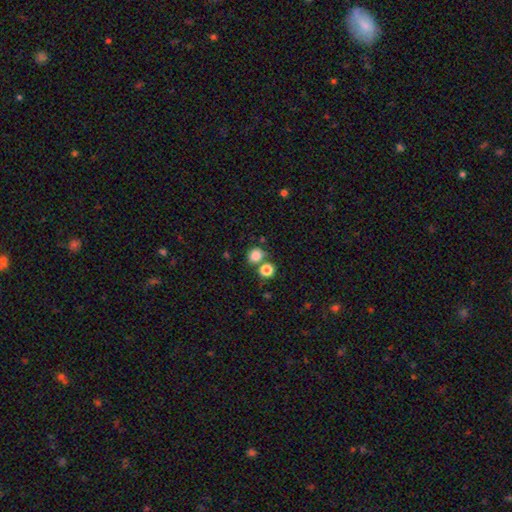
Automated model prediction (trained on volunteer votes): This is clearly a smooth galaxy (82%). How rounded: likely round (72%). Merging: likely none (63%).